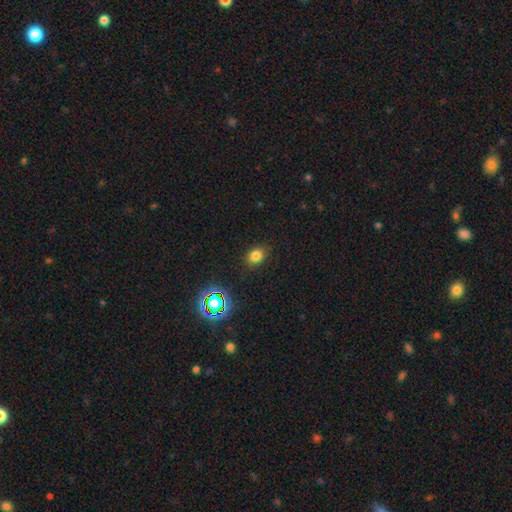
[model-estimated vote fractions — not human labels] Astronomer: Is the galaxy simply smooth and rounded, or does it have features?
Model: smooth — 78%.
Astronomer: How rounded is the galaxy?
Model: in between — 57% (runner-up: round, 41%).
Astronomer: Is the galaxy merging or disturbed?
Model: none — 86%.